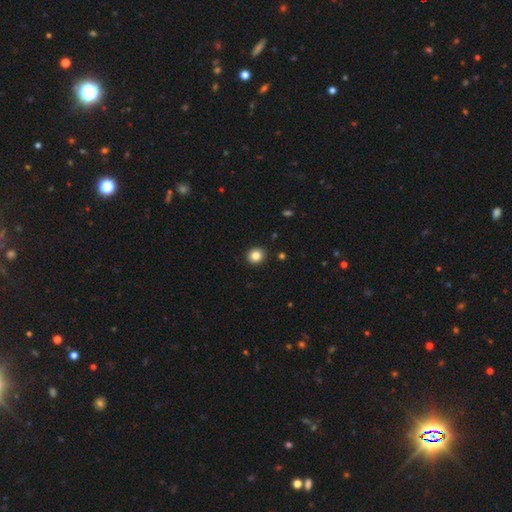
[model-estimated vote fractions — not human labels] This is clearly a smooth galaxy (84%). How rounded: clearly round (84%). Merging: clearly none (92%).